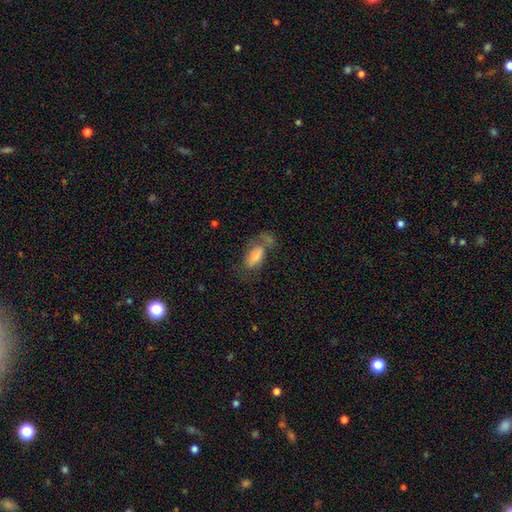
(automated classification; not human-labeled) Smooth or featured? Predicted: smooth (p=0.76). How rounded? Predicted: in between (p=0.88). Merging? Predicted: none (p=0.36).